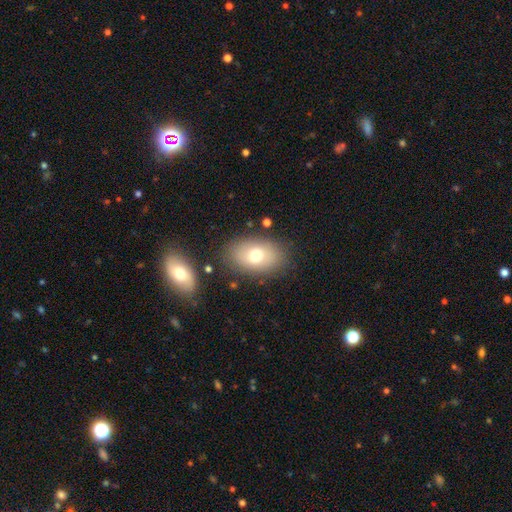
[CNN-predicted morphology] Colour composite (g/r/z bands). It shows a smooth galaxy with no disk features (73%) that is in between round and cigar-shaped (88%). Merging: none (79%).